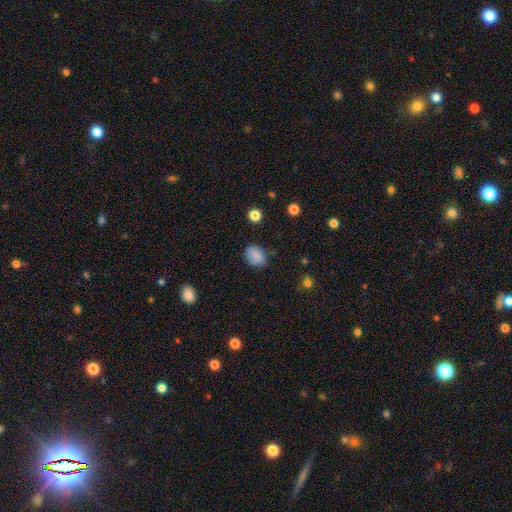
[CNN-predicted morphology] Overall: smooth (86%). How rounded: in between (64%; round 35%). Merging: none (79%).